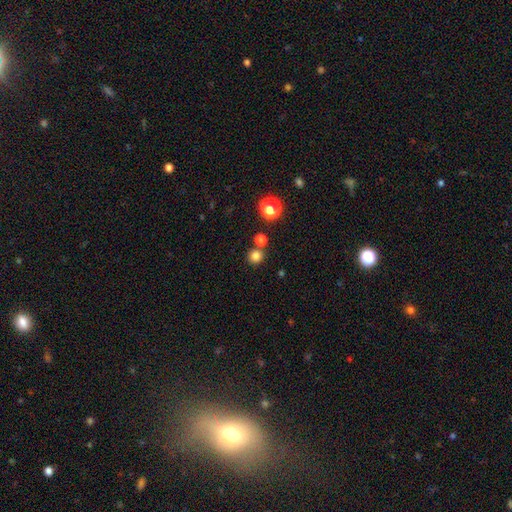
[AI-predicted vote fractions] This appears to be a smooth galaxy with no disk features (79%) that is round (93%). Merging: none (78%).